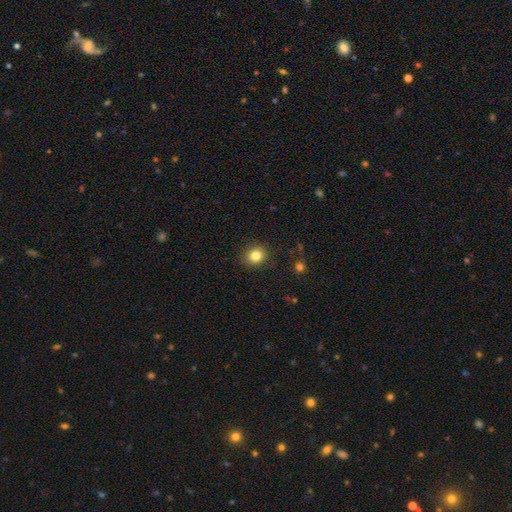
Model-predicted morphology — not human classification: type=smooth (83%); roundness=round (71%); merging=none (89%).